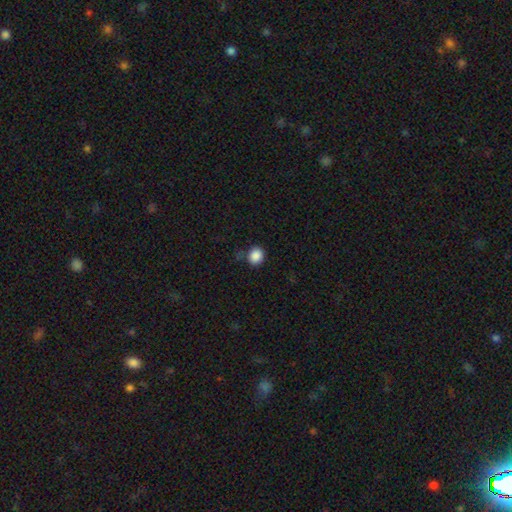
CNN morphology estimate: The model was most divided on "how rounded": round: 76%, in between: 23%, cigar-shaped: 1%. More confident: smooth or featured — smooth (87%); merging — none (76%).